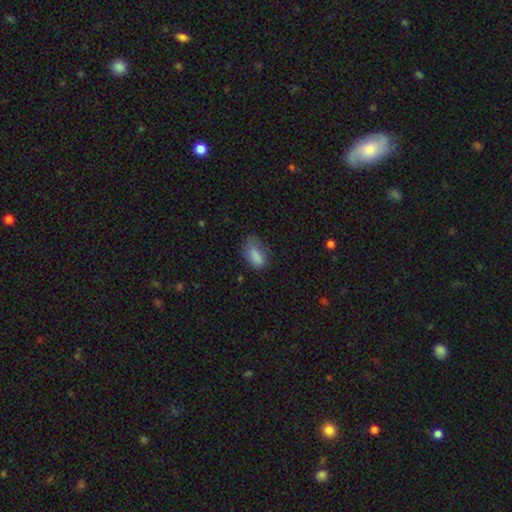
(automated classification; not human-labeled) Morphology: type=smooth (83%); roundness=in between (87%); merging=none (50%).